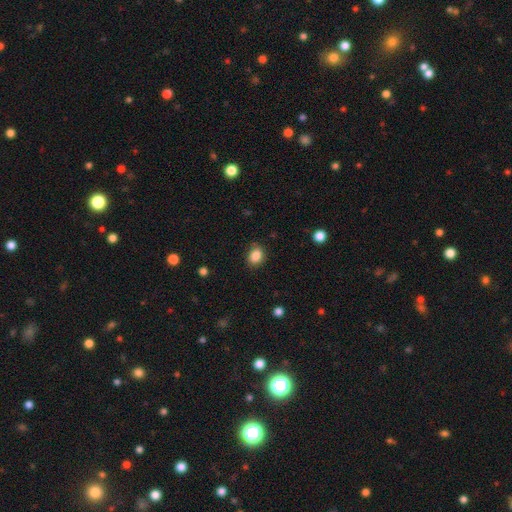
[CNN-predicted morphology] Smooth or featured?
  - smooth: 86% *
  - star or artifact: 9%
  - featured or disk: 4%
How rounded?
  - in between: 51% *
  - round: 48%
  - cigar-shaped: 1%
Merging?
  - none: 84% *
  - minor disturbance: 12%
  - major disturbance: 3%
  - merger: 1%